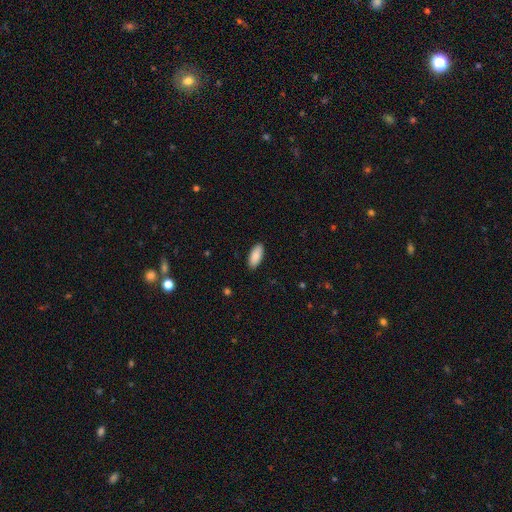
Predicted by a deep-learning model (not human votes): The model was most divided on "how rounded": in between: 86%, cigar-shaped: 12%, round: 2%. More confident: merging — none (89%); smooth or featured — smooth (89%).